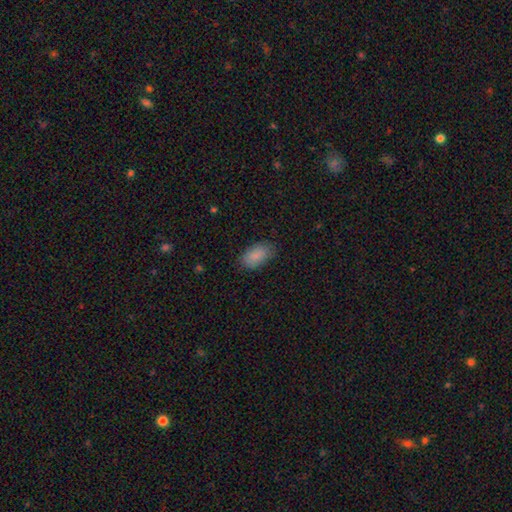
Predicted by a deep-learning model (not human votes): A smooth galaxy with no disk features (88%) that is in between round and cigar-shaped (94%).

Vote fractions:
- Smooth or featured? smooth: 88% / star or artifact: 7% / featured or disk: 6%
- How rounded? in between: 94% / round: 4% / cigar-shaped: 2%
- Merging? none: 81% / minor disturbance: 15% / major disturbance: 3% / merger: 1%